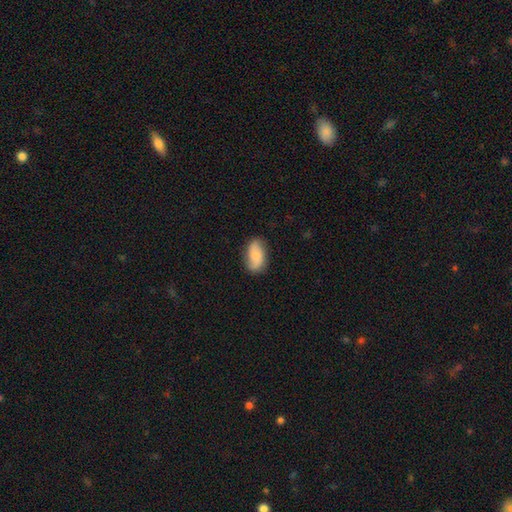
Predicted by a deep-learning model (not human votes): A smooth galaxy with no disk features (64%) that is in between round and cigar-shaped (92%). Merging: none (75%).